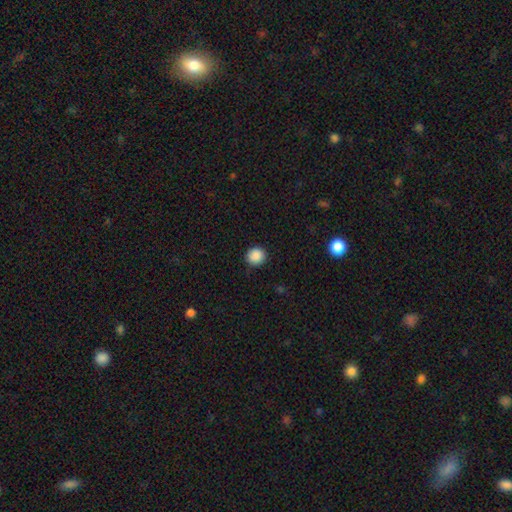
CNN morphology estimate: This appears to be a smooth galaxy with no disk features (88%) that is round (91%). Merging: none (89%).